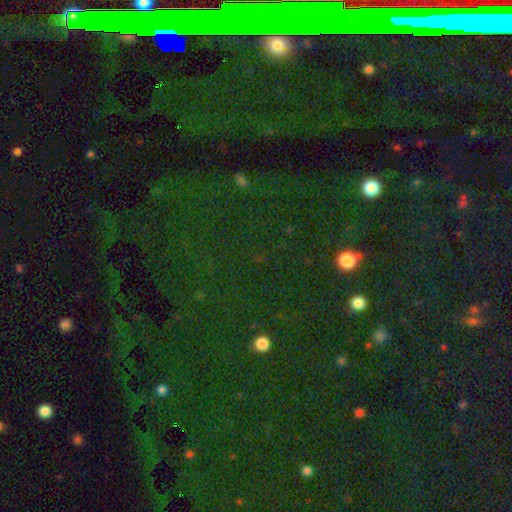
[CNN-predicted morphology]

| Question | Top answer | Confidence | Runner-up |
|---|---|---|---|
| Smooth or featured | star or artifact | 77% | smooth (13%) |